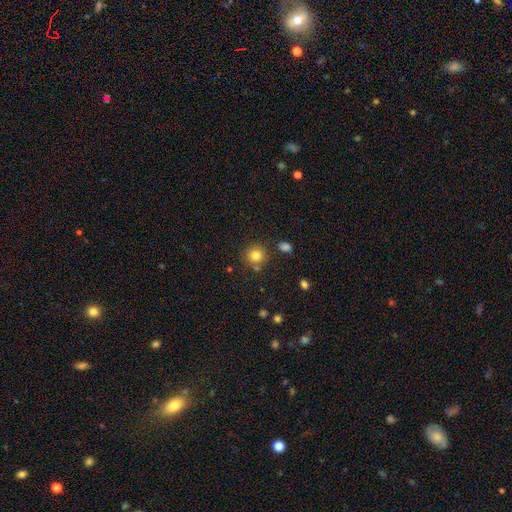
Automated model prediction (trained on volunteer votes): A smooth galaxy with no disk features (82%) that is round (92%). Merging: none (80%).